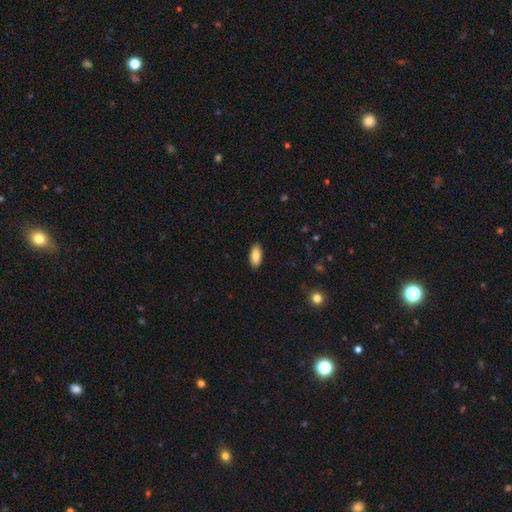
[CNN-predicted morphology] smooth_or_featured: smooth (p=0.84) [alt: featured or disk p=0.09]
how_rounded: in between (p=0.88) [alt: cigar-shaped p=0.10]
merging: none (p=0.90) [alt: minor disturbance p=0.08]